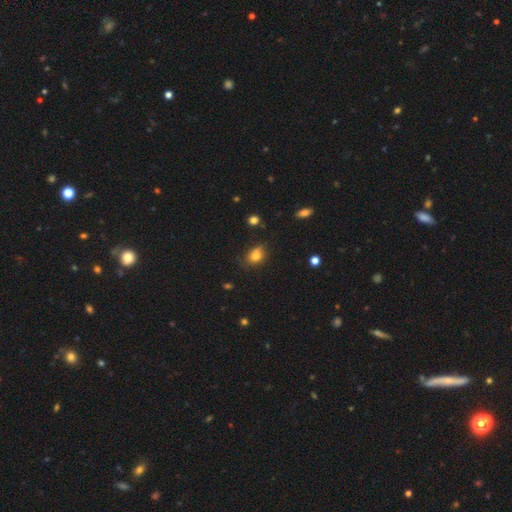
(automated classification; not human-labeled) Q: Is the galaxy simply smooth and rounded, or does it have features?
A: smooth — 75%.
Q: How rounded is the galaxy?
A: in between — 58%.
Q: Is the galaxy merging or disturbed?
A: none — 50%.